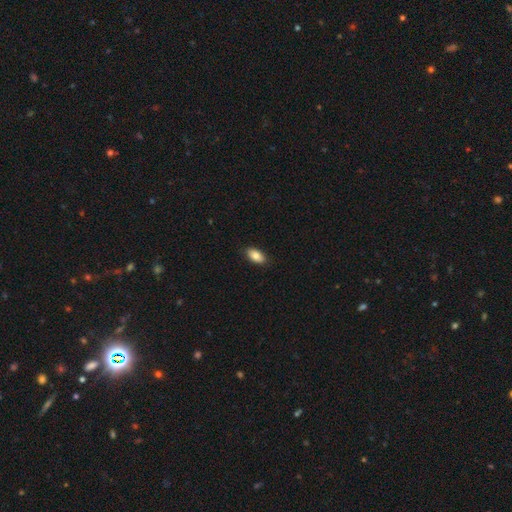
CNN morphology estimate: A smooth galaxy with no disk features (86%) that is in between round and cigar-shaped (93%). Merging: none (88%).